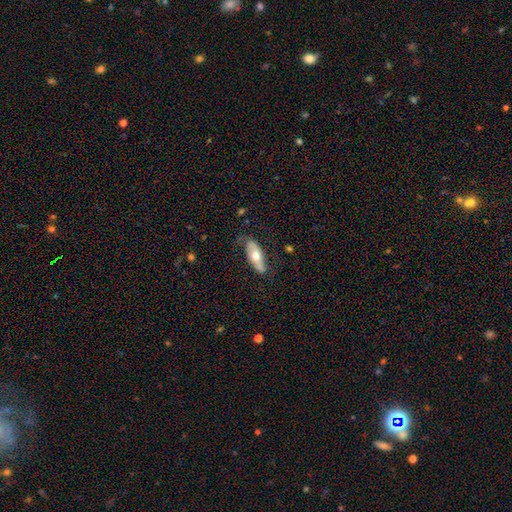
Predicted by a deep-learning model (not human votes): This appears to be a smooth galaxy with no disk features (48%). Merging: none (70%).